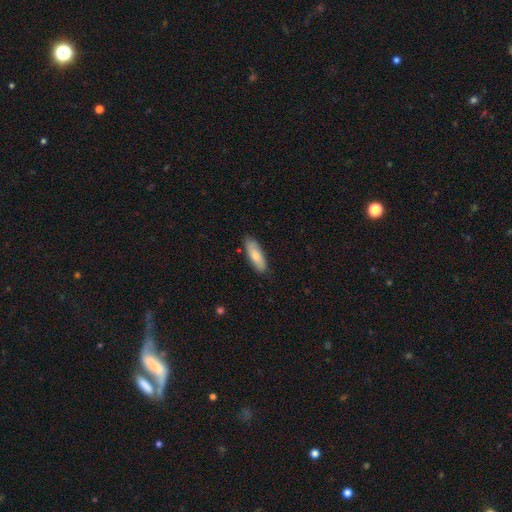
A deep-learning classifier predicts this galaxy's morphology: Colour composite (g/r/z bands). It shows a smooth galaxy with no disk features (77%) that is in between round and cigar-shaped (59%). Merging: none (83%).